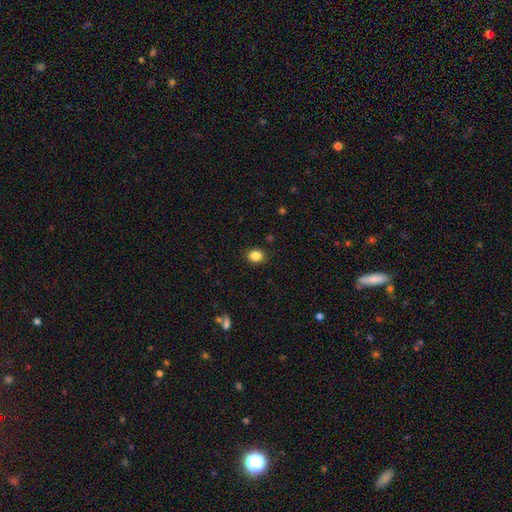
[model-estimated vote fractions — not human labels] smooth 86%, star or artifact 10%, featured or disk 4%. Down the decision tree: how rounded — round (59%); merging — none (90%).